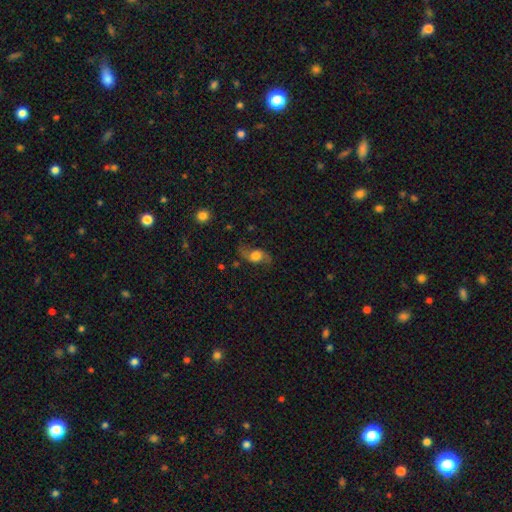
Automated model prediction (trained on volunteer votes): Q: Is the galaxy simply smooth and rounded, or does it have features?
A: featured or disk — 51%.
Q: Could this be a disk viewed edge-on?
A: no — 87%.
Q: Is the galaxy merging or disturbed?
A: none — 67%.